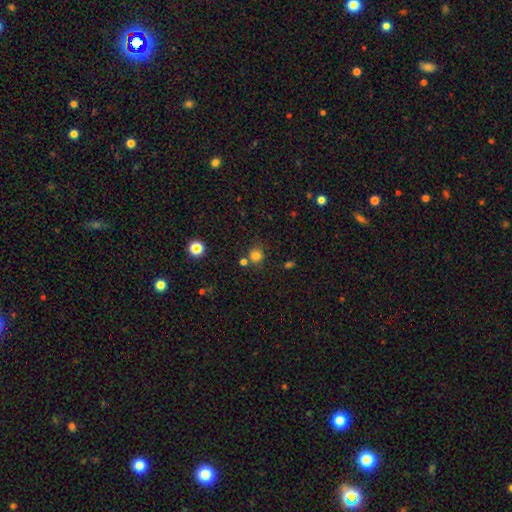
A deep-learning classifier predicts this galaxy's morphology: Overall: smooth (79%). How rounded: round (87%). Merging: none (70%).